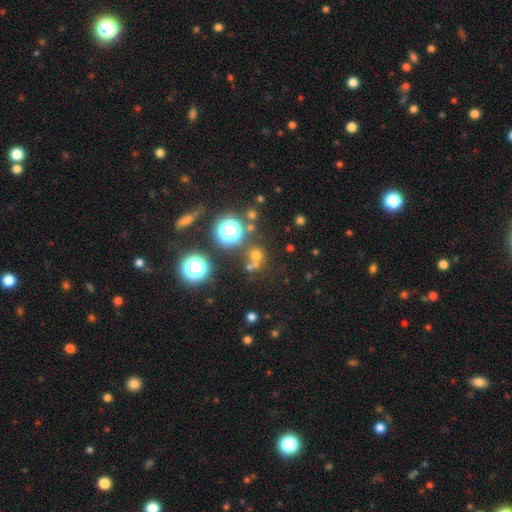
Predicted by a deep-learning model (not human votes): Smooth or featured?
  - smooth: 54% *
  - star or artifact: 36%
  - featured or disk: 10%
How rounded?
  - round: 89% *
  - in between: 10%
  - cigar-shaped: 1%
Merging?
  - none: 64% *
  - merger: 22%
  - minor disturbance: 9%
  - major disturbance: 5%